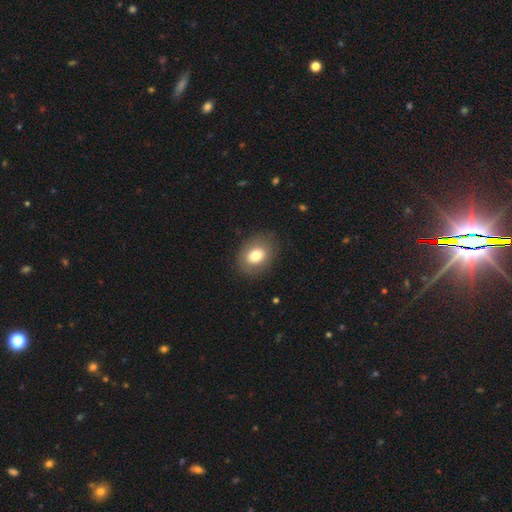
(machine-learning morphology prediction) smooth-or-featured: smooth: 74% | featured or disk: 17% | star or artifact: 8%
  how-rounded: in between: 63% | round: 36% | cigar-shaped: 1%
  merging: none: 82% | minor disturbance: 12% | major disturbance: 4% | merger: 1%